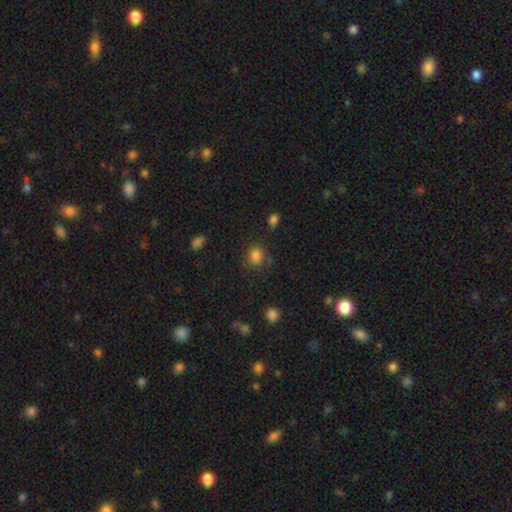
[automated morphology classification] smooth_or_featured: smooth (p=0.82) [alt: star or artifact p=0.12]
how_rounded: round (p=0.82) [alt: in between p=0.17]
merging: none (p=0.75) [alt: minor disturbance p=0.15]